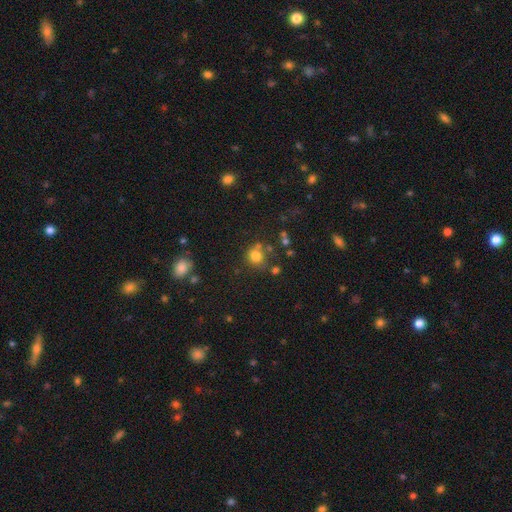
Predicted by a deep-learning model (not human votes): Smooth or featured? Predicted: smooth (p=0.77). How rounded? Predicted: round (p=0.84). Merging? Predicted: none (p=0.65).